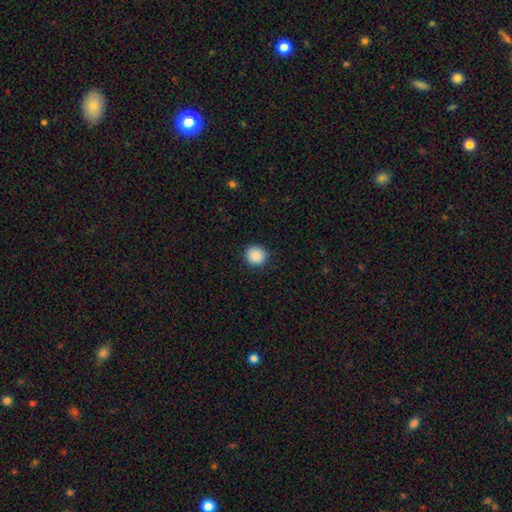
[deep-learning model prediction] smooth-or-featured: smooth: 88% | star or artifact: 8% | featured or disk: 4%
  how-rounded: round: 93% | in between: 6% | cigar-shaped: 1%
  merging: none: 91% | minor disturbance: 6% | major disturbance: 2% | merger: 1%